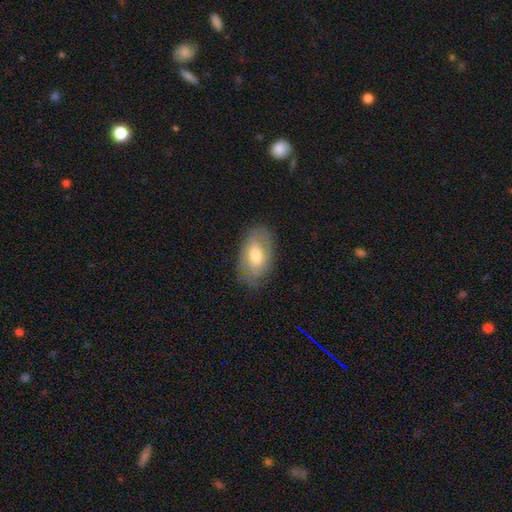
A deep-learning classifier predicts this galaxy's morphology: Smooth or featured? Predicted: smooth (p=0.57). How rounded? Predicted: in between (p=0.91). Merging? Predicted: none (p=0.74).